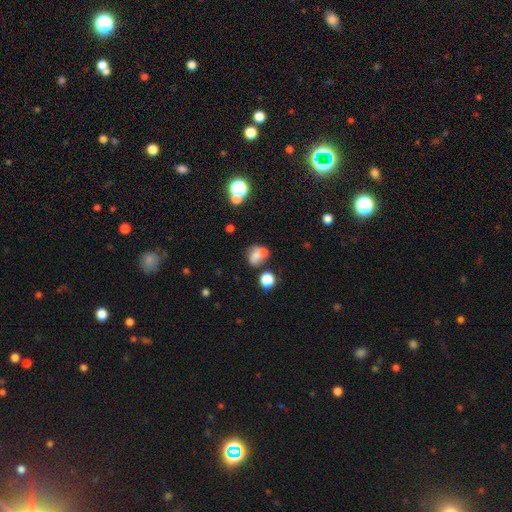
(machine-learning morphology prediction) type=smooth (67%); roundness=round (54%); merging=merger (45%).